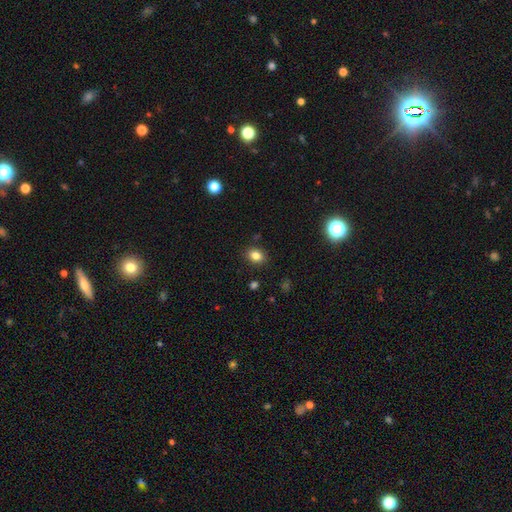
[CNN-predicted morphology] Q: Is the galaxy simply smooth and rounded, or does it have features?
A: smooth — 82%.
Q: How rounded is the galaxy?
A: in between — 58%.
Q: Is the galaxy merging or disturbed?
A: none — 87%.